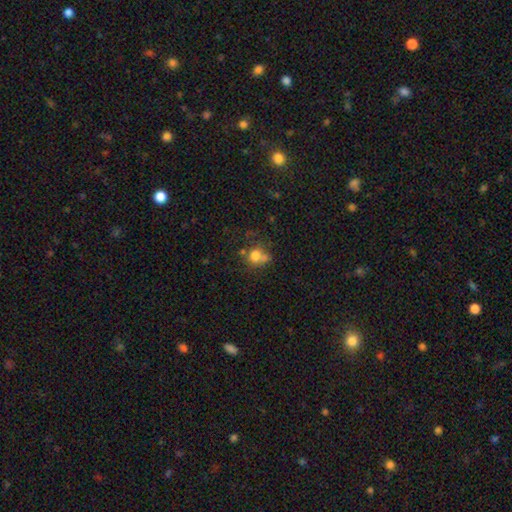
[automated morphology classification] Overall: smooth (73%). How rounded: round (74%). Merging: none (45%; merger 30%).